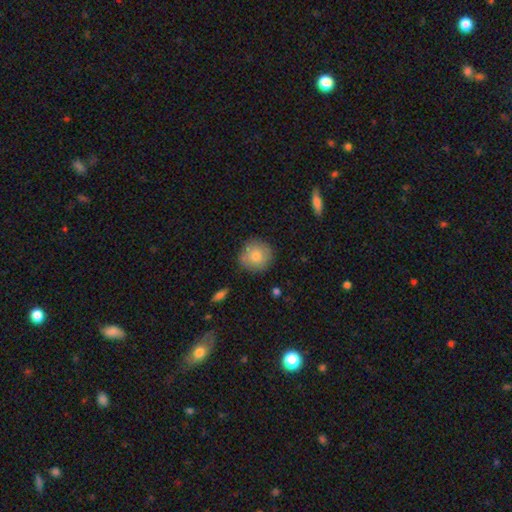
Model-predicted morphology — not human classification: Q: Smooth or featured?
A: smooth (78%); runner-up: featured or disk (14%)
Q: How rounded?
A: round (93%); runner-up: in between (6%)
Q: Merging?
A: none (83%); runner-up: minor disturbance (13%)